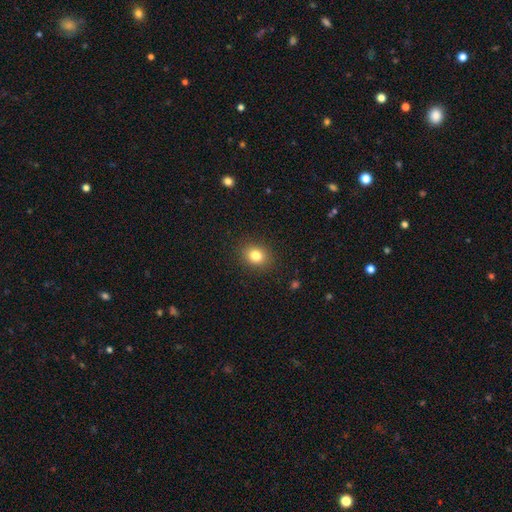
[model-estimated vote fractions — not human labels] Smooth or featured?
  - smooth: 82% *
  - star or artifact: 11%
  - featured or disk: 7%
How rounded?
  - round: 54% *
  - in between: 45%
  - cigar-shaped: 1%
Merging?
  - none: 89% *
  - minor disturbance: 8%
  - major disturbance: 2%
  - merger: 1%